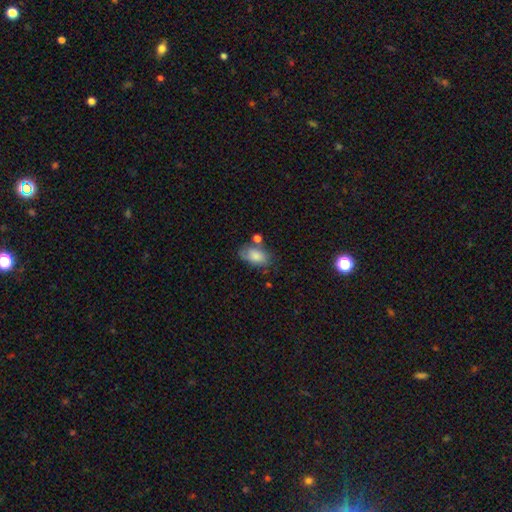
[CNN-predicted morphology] Smooth or featured? Predicted: smooth (p=0.78). How rounded? Predicted: in between (p=0.91). Merging? Predicted: none (p=0.54).